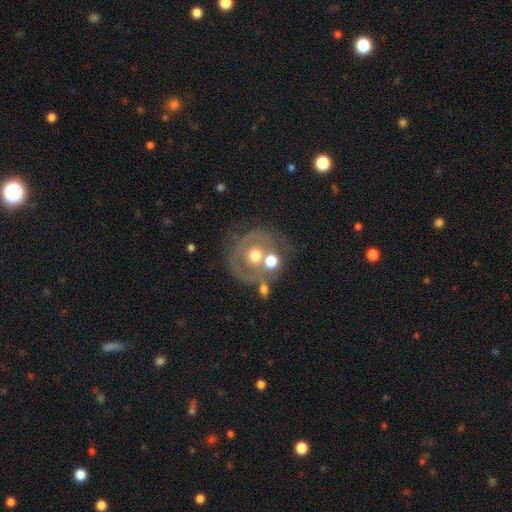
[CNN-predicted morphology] Smooth or featured: featured or disk — 53% (smooth — 38%)
Edge-on disk: no — 96% (yes — 4%)
Bar: no — 91% (weak — 6%)
Spiral arms: no — 81% (yes — 19%)
Bulge size: moderate — 66% (large — 20%)
Merging: none — 49% (merger — 24%)